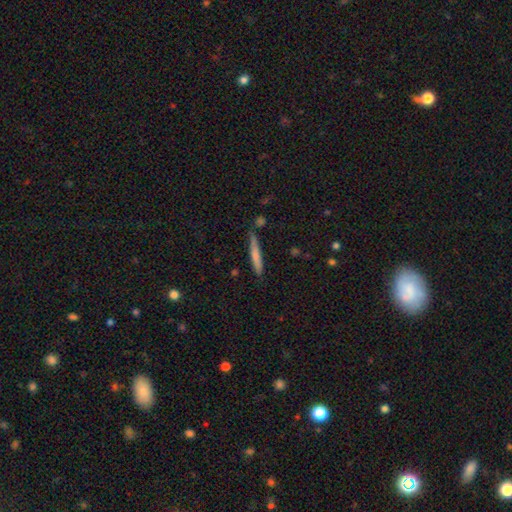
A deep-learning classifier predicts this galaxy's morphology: Smooth or featured?
  - smooth: 69% *
  - featured or disk: 25%
  - star or artifact: 6%
How rounded?
  - cigar-shaped: 94% *
  - in between: 4%
  - round: 1%
Merging?
  - none: 81% *
  - minor disturbance: 13%
  - merger: 4%
  - major disturbance: 2%